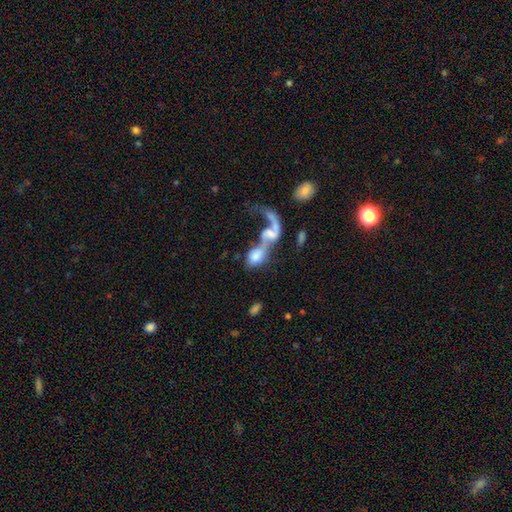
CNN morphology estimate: Smooth or featured?
  - smooth: 52% *
  - featured or disk: 39%
  - star or artifact: 9%
How rounded?
  - in between: 79% *
  - round: 15%
  - cigar-shaped: 6%
Merging?
  - merger: 75% *
  - major disturbance: 12%
  - none: 9%
  - minor disturbance: 4%